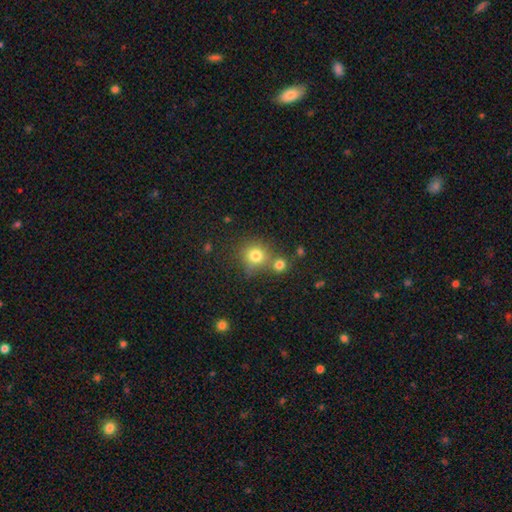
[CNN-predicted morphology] Smooth or featured: smooth — 77% (star or artifact — 14%)
How rounded: round — 88% (in between — 11%)
Merging: none — 59% (merger — 27%)